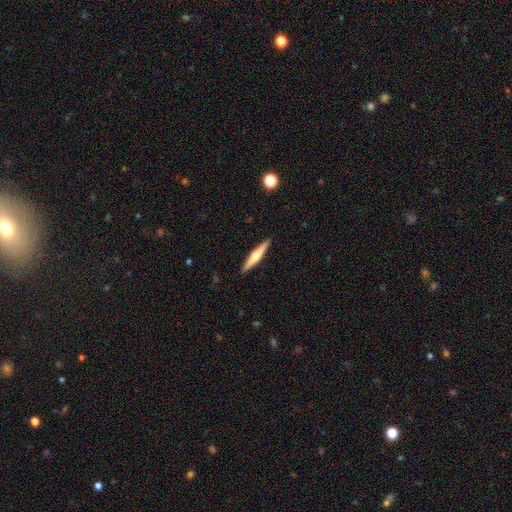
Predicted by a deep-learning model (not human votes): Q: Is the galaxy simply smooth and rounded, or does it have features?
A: featured or disk — 54%.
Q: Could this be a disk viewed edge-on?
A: yes — 96%.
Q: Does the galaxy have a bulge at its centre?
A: rounded — 88%.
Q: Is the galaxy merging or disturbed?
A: none — 91%.